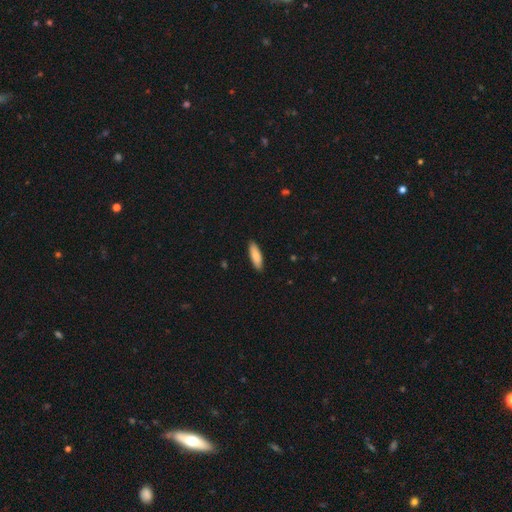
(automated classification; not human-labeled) Smooth or featured: smooth — 84% (featured or disk — 10%)
How rounded: in between — 50% (cigar-shaped — 48%)
Merging: none — 90% (minor disturbance — 8%)